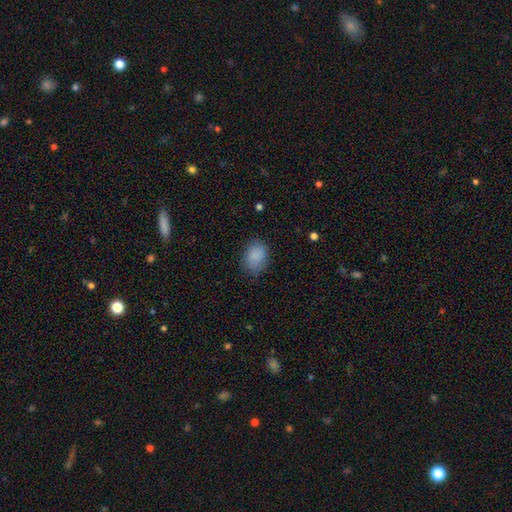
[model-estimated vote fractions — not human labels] smooth_or_featured: smooth (p=0.88) [alt: star or artifact p=0.08]
how_rounded: in between (p=0.66) [alt: round p=0.33]
merging: none (p=0.76) [alt: minor disturbance p=0.18]